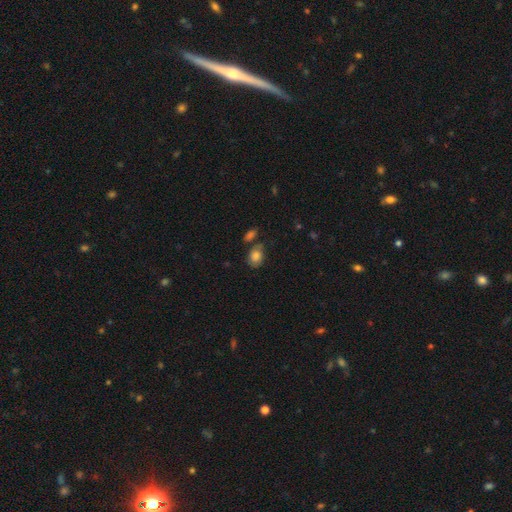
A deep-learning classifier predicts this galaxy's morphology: Smooth or featured? smooth (81%)
How rounded? in between (66%)
Merging? none (59%)